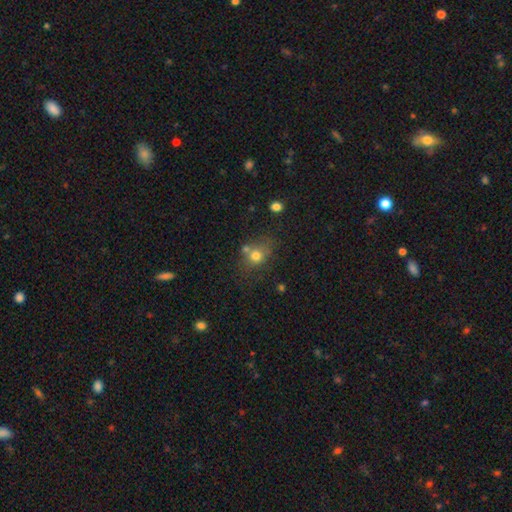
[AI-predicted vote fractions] This appears to be a smooth galaxy with no disk features (73%) that is round (63%). Merging: none (52%).